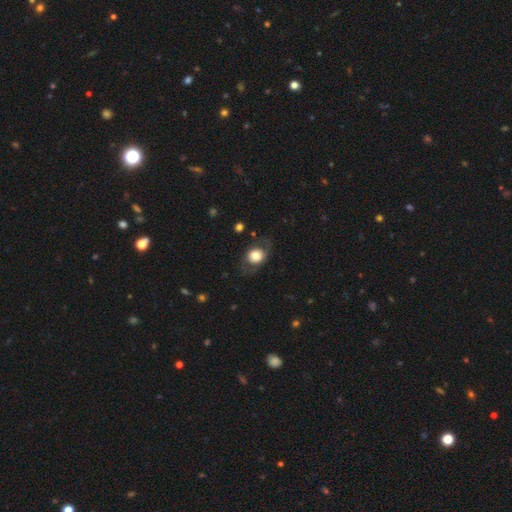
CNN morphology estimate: A smooth galaxy with no disk features (66%) that is round (56%).

Vote fractions:
- Smooth or featured? smooth: 66% / featured or disk: 27% / star or artifact: 7%
- How rounded? round: 56% / in between: 43% / cigar-shaped: 1%
- Merging? none: 72% / minor disturbance: 16% / major disturbance: 11% / merger: 1%